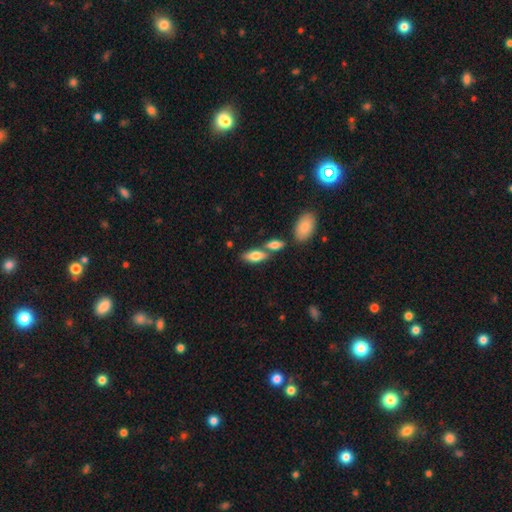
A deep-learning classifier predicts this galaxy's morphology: A smooth galaxy with no disk features (71%) that is in between round and cigar-shaped (77%). Merging: none (57%).